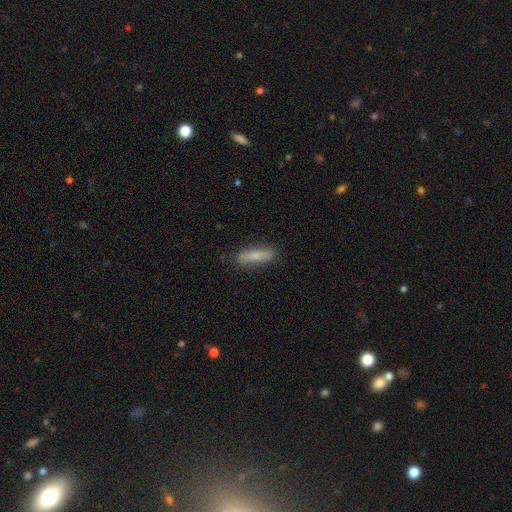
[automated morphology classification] Q: Smooth or featured?
A: smooth (73%); runner-up: featured or disk (21%)
Q: How rounded?
A: cigar-shaped (74%); runner-up: in between (24%)
Q: Merging?
A: none (86%); runner-up: minor disturbance (11%)